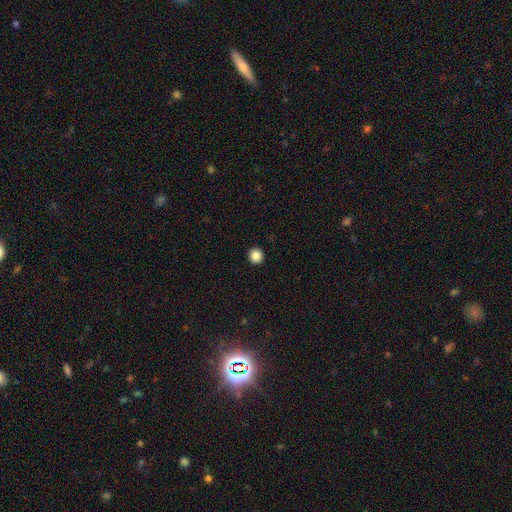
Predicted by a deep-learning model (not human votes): This appears to be a smooth galaxy with no disk features (87%) that is round (93%). Merging: none (94%).